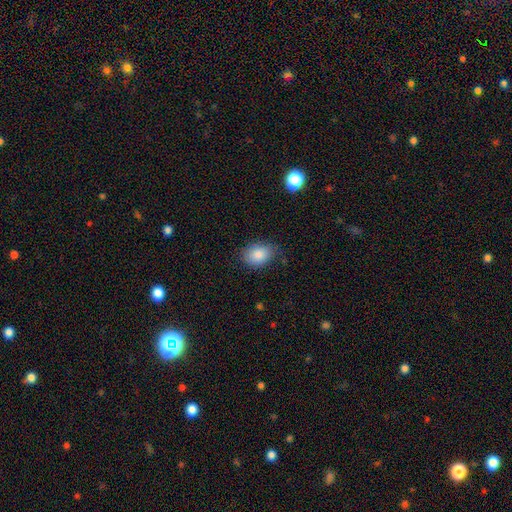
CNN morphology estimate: Smooth or featured? Predicted: smooth (p=0.85). How rounded? Predicted: in between (p=0.74). Merging? Predicted: none (p=0.76).